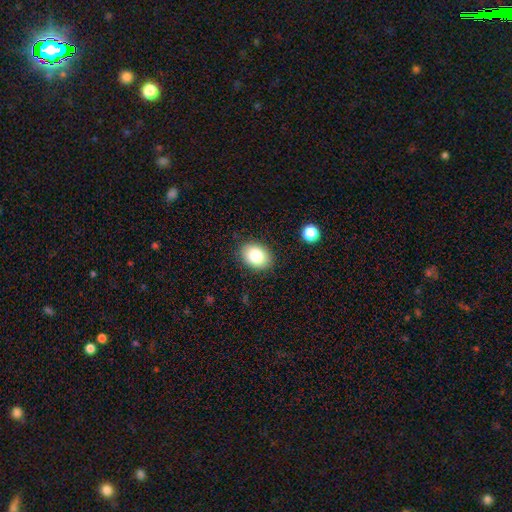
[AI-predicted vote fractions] smooth 84%, star or artifact 8%, featured or disk 8%. Down the decision tree: how rounded — in between (74%); merging — none (87%).